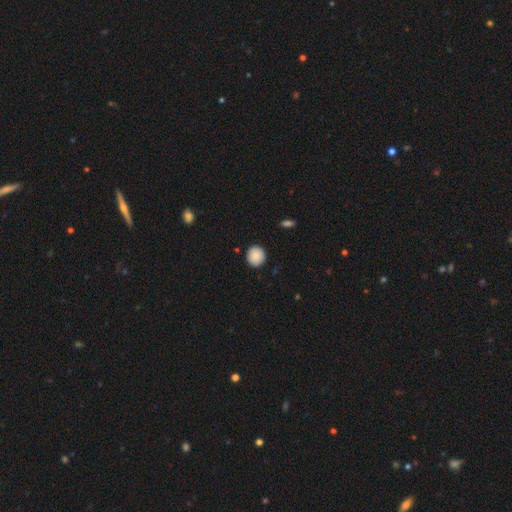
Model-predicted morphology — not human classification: Smooth or featured?
  - smooth: 86% *
  - star or artifact: 7%
  - featured or disk: 6%
How rounded?
  - round: 90% *
  - in between: 9%
  - cigar-shaped: 1%
Merging?
  - none: 90% *
  - minor disturbance: 7%
  - major disturbance: 2%
  - merger: 1%